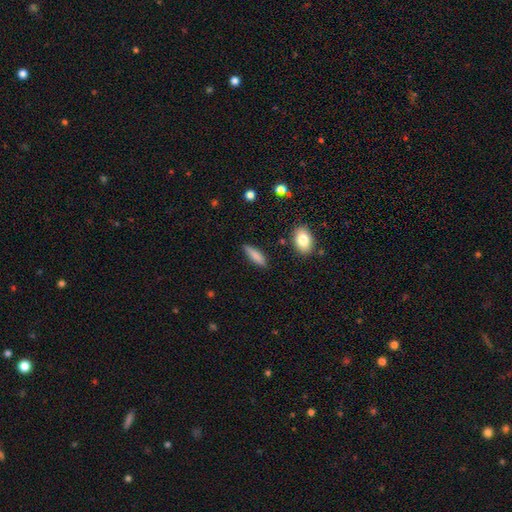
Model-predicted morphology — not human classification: type=smooth (81%); roundness=cigar-shaped (65%); merging=none (84%).